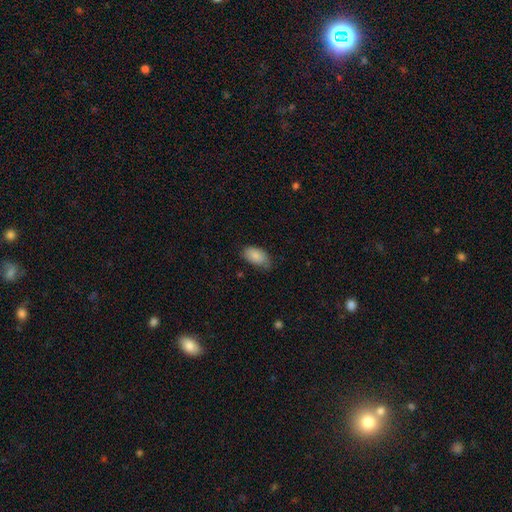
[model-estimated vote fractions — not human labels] Smooth or featured? Predicted: smooth (p=0.85). How rounded? Predicted: in between (p=0.94). Merging? Predicted: none (p=0.61).